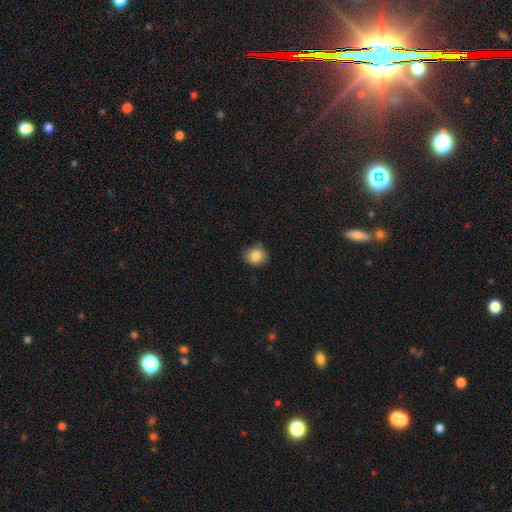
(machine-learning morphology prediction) Smooth or featured?
  - smooth: 85% *
  - star or artifact: 9%
  - featured or disk: 7%
How rounded?
  - round: 70% *
  - in between: 29%
  - cigar-shaped: 1%
Merging?
  - none: 77% *
  - minor disturbance: 17%
  - major disturbance: 3%
  - merger: 3%